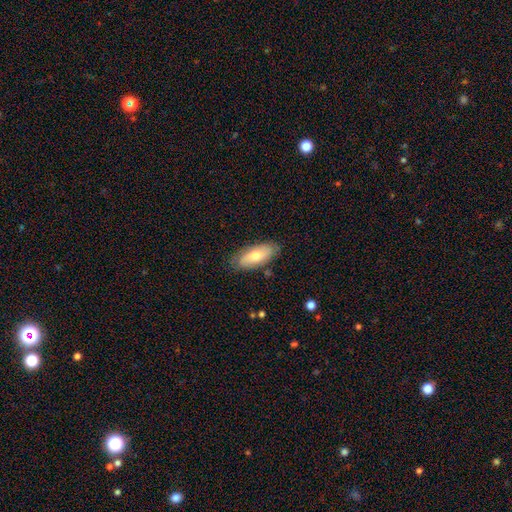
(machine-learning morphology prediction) This is possibly a smooth galaxy (59%). How rounded: clearly in between (85%). Merging: clearly none (83%).